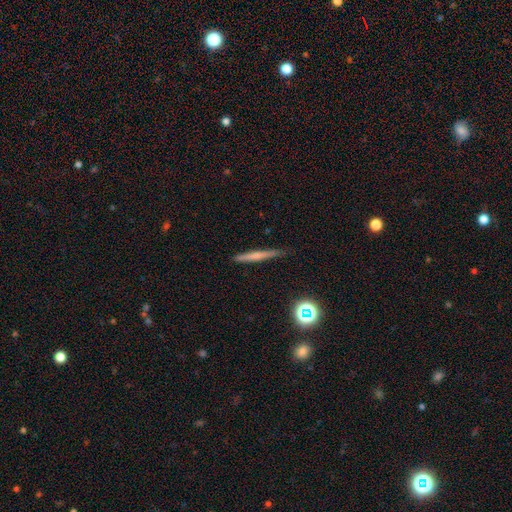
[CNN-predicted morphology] Smooth or featured: smooth — 50% (featured or disk — 40%)
Merging: none — 84% (minor disturbance — 13%)